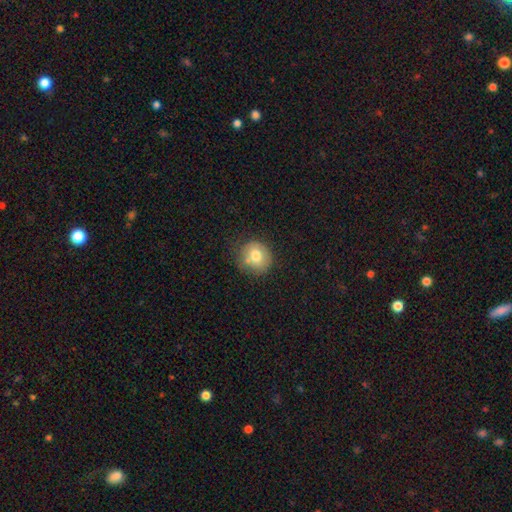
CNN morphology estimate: This is likely a smooth galaxy (74%). How rounded: clearly round (81%). Merging: likely none (61%).